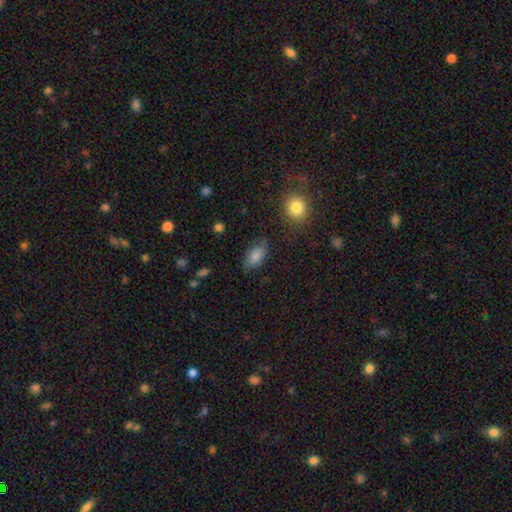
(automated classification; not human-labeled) This appears to be a smooth galaxy with no disk features (74%) that is in between round and cigar-shaped (91%). Merging: none (69%).